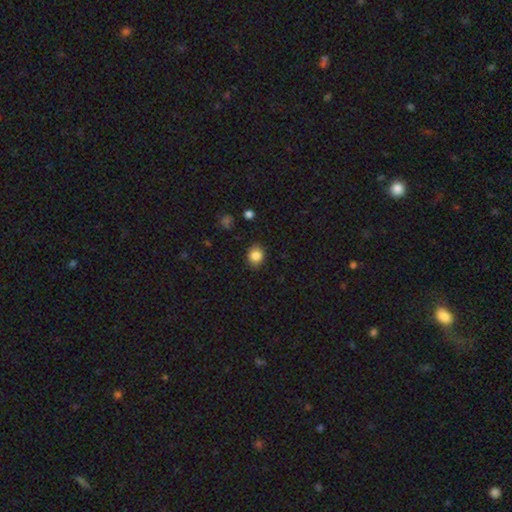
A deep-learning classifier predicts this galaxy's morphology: This appears to be a smooth galaxy with no disk features (84%) that is round (73%). Merging: none (88%).